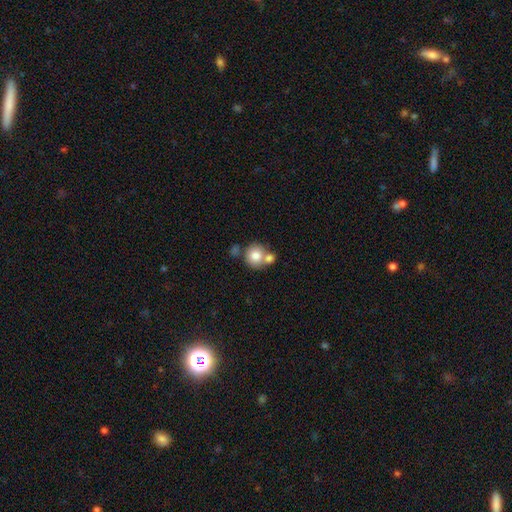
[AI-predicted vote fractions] This appears to be a smooth galaxy with no disk features (78%) that is round (87%). Merging: none (47%).